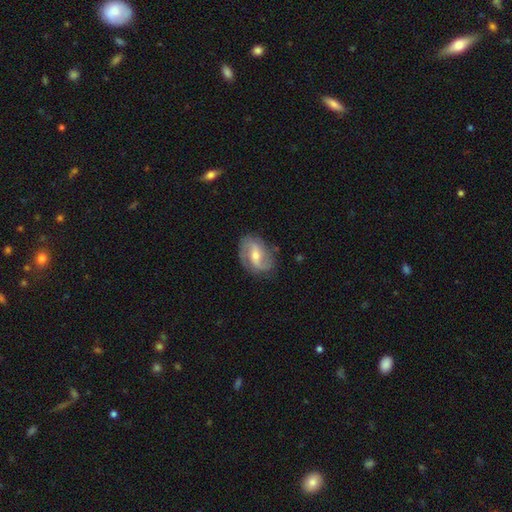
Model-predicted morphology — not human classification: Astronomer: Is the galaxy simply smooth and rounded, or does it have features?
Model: featured or disk — 80%.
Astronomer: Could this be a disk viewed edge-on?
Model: no — 97%.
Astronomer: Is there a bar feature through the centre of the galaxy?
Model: weak — 47% (runner-up: no, 27%).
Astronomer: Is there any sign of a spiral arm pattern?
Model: yes — 94%.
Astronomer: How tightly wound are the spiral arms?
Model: medium — 45% (runner-up: loose, 34%).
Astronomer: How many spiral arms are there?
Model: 2 — 83%.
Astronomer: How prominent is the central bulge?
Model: moderate — 52% (runner-up: small, 43%).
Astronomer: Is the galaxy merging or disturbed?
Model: none — 76%.